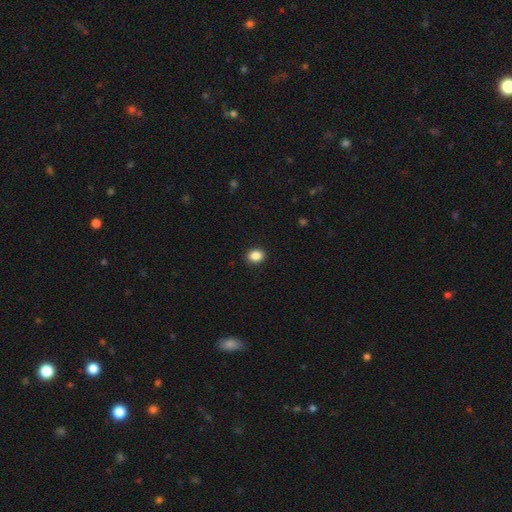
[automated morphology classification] Overall: smooth (87%). How rounded: round (52%; in between 48%). Merging: none (91%).